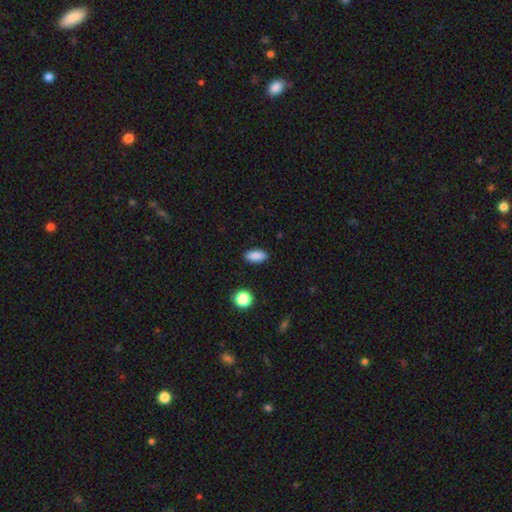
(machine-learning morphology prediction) A smooth galaxy with no disk features (87%) that is in between round and cigar-shaped (88%). Merging: none (89%).